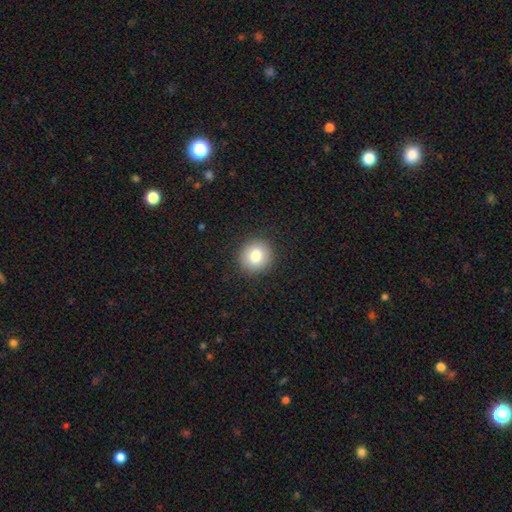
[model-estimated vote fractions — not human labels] A smooth galaxy with no disk features (82%) that is round (89%). Merging: none (90%).